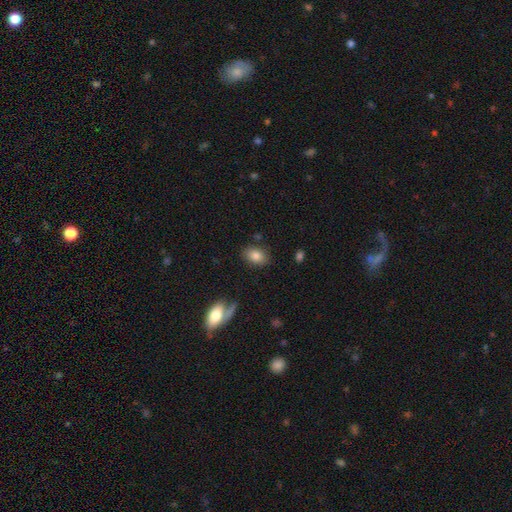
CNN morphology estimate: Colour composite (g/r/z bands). It shows a smooth galaxy with no disk features (83%) that is in between round and cigar-shaped (80%). Merging: none (82%).